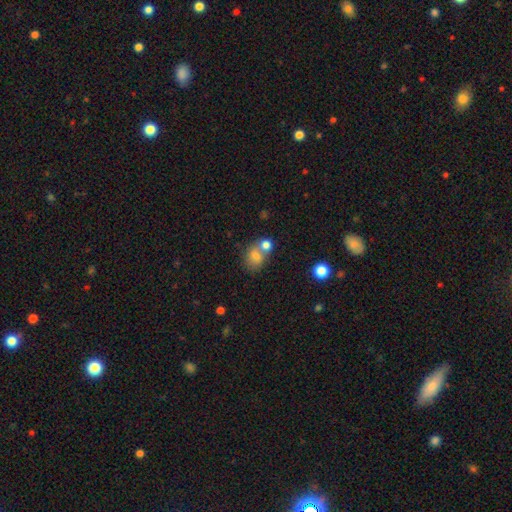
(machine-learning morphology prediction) The model was most divided on "merging": merger: 46%, none: 41%, minor disturbance: 10%, major disturbance: 4%. More confident: smooth or featured — smooth (74%); how rounded — round (60%).